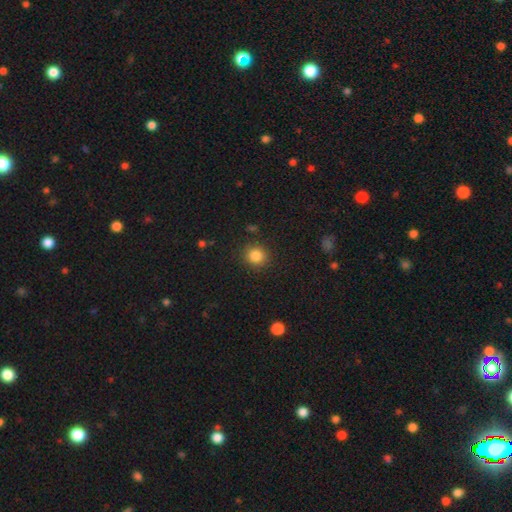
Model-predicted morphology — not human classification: smooth 85%, star or artifact 11%, featured or disk 4%. Down the decision tree: how rounded — round (88%); merging — none (88%).